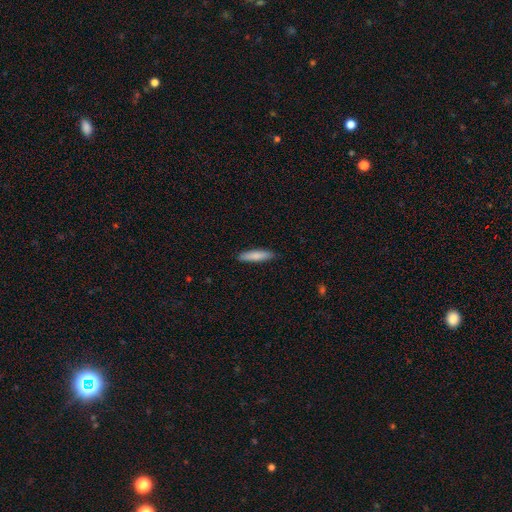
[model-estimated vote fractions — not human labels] smooth_or_featured: smooth (p=0.82) [alt: featured or disk p=0.13]
how_rounded: cigar-shaped (p=0.82) [alt: in between p=0.17]
merging: none (p=0.90) [alt: minor disturbance p=0.07]